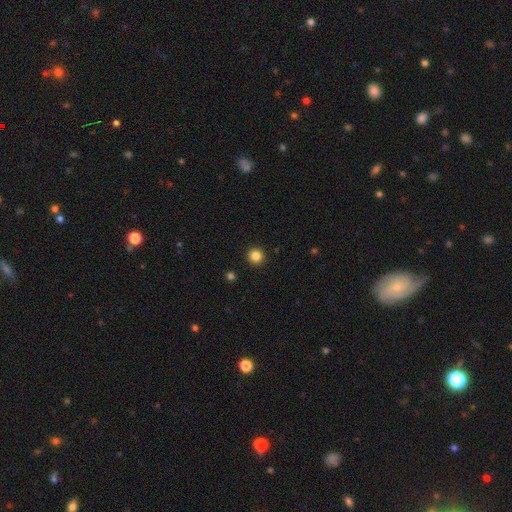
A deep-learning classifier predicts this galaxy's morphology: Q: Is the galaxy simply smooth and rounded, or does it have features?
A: smooth — 84%.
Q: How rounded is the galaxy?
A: round — 94%.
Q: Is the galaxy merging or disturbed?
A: none — 93%.